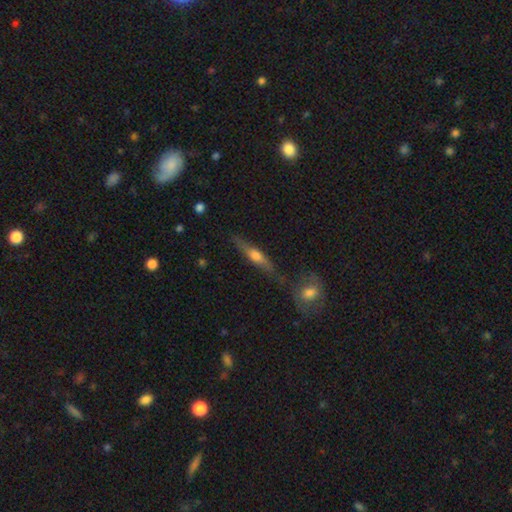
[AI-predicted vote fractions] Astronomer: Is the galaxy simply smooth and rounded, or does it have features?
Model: featured or disk — 54% (runner-up: smooth, 39%).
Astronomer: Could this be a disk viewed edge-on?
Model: yes — 89%.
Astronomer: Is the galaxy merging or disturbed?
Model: none — 74%.